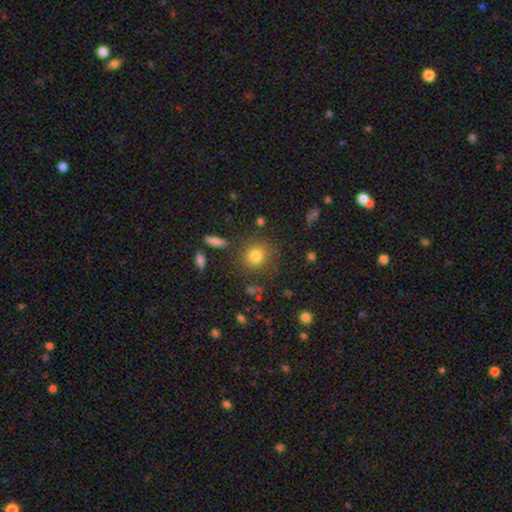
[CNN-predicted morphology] A smooth galaxy with no disk features (79%) that is round (83%).

Vote fractions:
- Smooth or featured? smooth: 79% / star or artifact: 13% / featured or disk: 9%
- How rounded? round: 83% / in between: 16% / cigar-shaped: 1%
- Merging? none: 81% / minor disturbance: 11% / major disturbance: 5% / merger: 4%